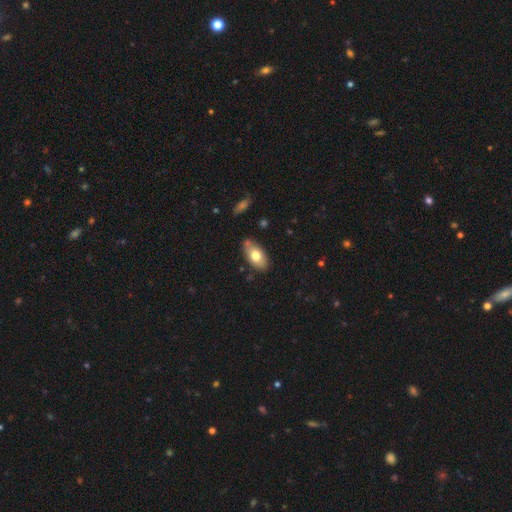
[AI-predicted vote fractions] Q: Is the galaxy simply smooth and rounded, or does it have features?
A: smooth — 72%.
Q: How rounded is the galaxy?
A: in between — 92%.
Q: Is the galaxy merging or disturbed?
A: none — 76%.